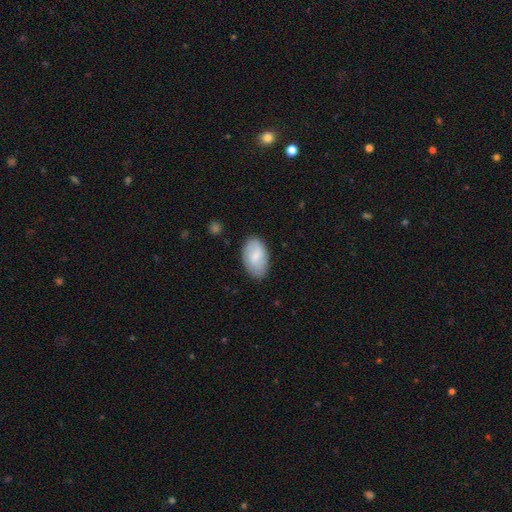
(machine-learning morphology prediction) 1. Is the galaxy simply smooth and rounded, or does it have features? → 70% smooth, 24% featured or disk, 6% star or artifact.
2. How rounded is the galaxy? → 94% in between, 5% round, 2% cigar-shaped.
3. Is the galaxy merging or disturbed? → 80% none, 16% minor disturbance, 3% major disturbance, 1% merger.